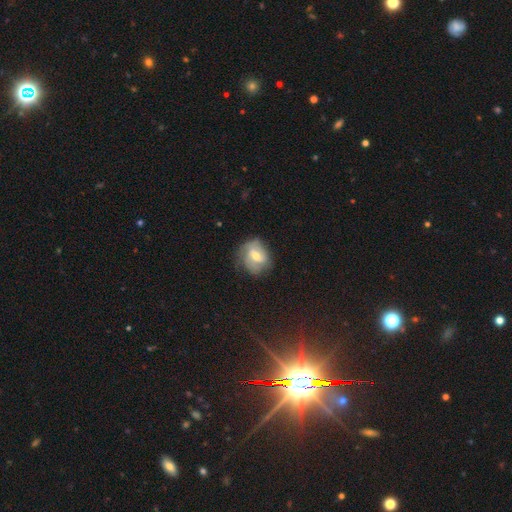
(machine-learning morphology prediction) A featured or disk galaxy (55%) with a weak bar (49%), spiral arms (74%) and a moderate central bulge (66%). Merging: none (59%).